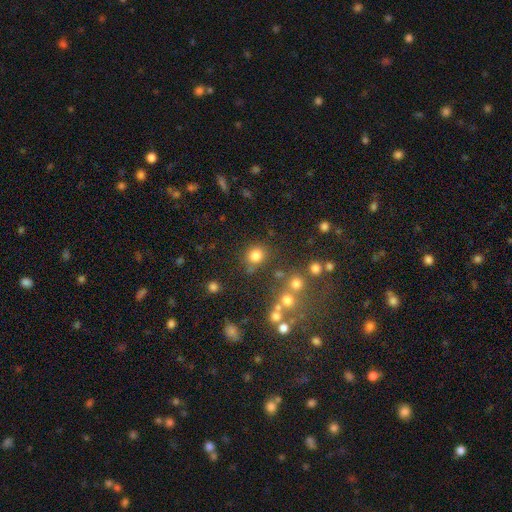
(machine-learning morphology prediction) Smooth or featured? smooth (79%)
How rounded? round (85%)
Merging? none (77%)